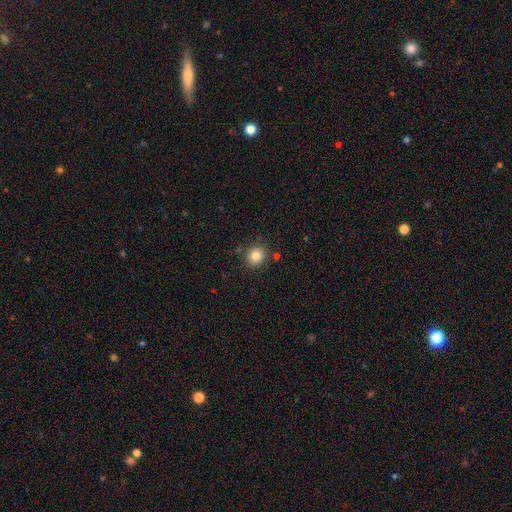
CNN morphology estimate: A smooth galaxy with no disk features (84%) that is round (81%).

Vote fractions:
- Smooth or featured? smooth: 84% / star or artifact: 11% / featured or disk: 5%
- How rounded? round: 81% / in between: 18% / cigar-shaped: 1%
- Merging? none: 84% / minor disturbance: 10% / merger: 4% / major disturbance: 3%